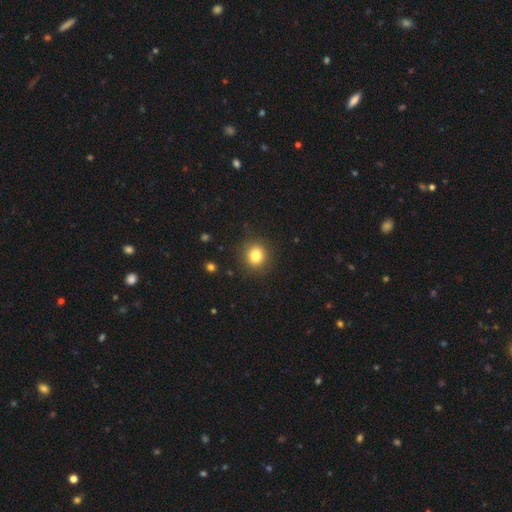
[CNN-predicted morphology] Smooth or featured?
  - smooth: 82% *
  - star or artifact: 11%
  - featured or disk: 7%
How rounded?
  - round: 85% *
  - in between: 14%
  - cigar-shaped: 1%
Merging?
  - none: 90% *
  - minor disturbance: 7%
  - major disturbance: 2%
  - merger: 1%